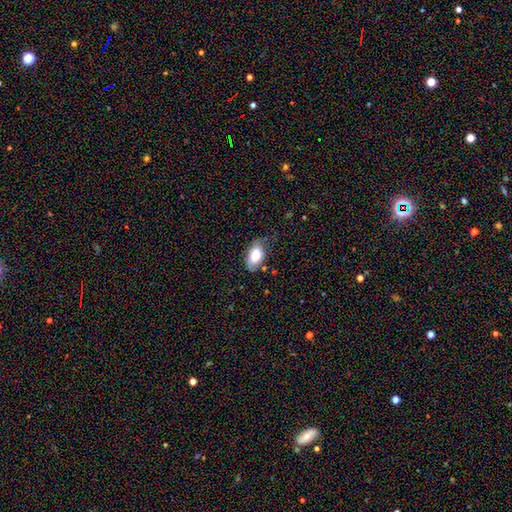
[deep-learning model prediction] Smooth or featured? smooth (75%)
How rounded? in between (92%)
Merging? none (57%)